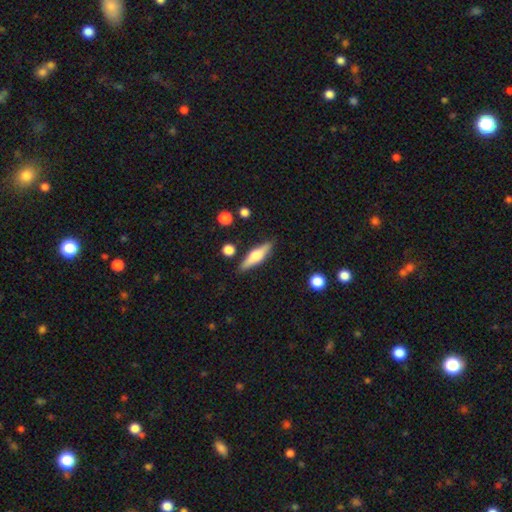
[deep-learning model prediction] This is possibly a featured or disk galaxy (49%). Merging: clearly none (85%).